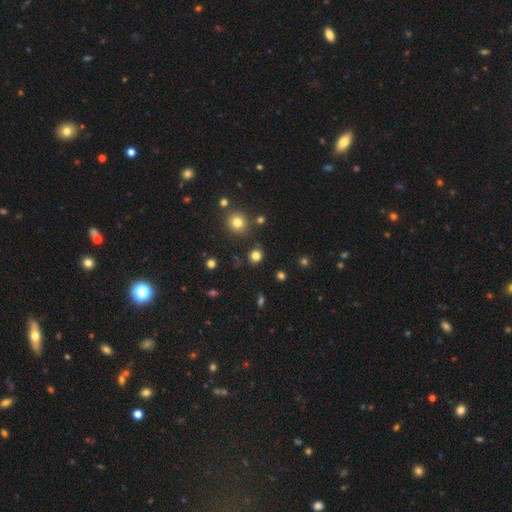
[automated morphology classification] Smooth or featured?
  - smooth: 79% *
  - star or artifact: 17%
  - featured or disk: 4%
How rounded?
  - round: 89% *
  - in between: 10%
  - cigar-shaped: 1%
Merging?
  - none: 87% *
  - minor disturbance: 7%
  - merger: 3%
  - major disturbance: 3%